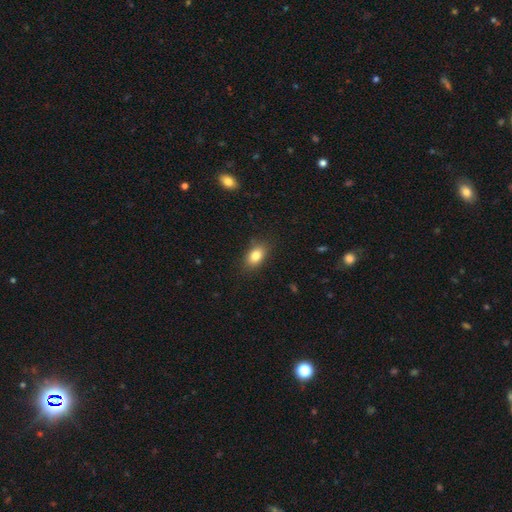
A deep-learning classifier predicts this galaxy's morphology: smooth-or-featured: smooth: 83% | star or artifact: 9% | featured or disk: 8%
  how-rounded: in between: 86% | round: 12% | cigar-shaped: 2%
  merging: none: 84% | minor disturbance: 12% | major disturbance: 3% | merger: 1%